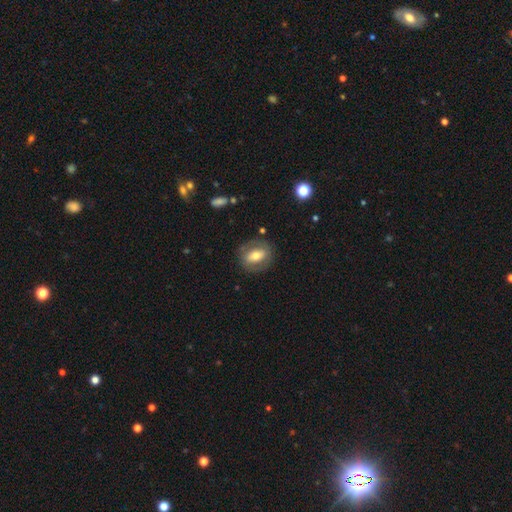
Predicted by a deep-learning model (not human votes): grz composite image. It shows a smooth galaxy with no disk features (49%). Merging: none (80%).